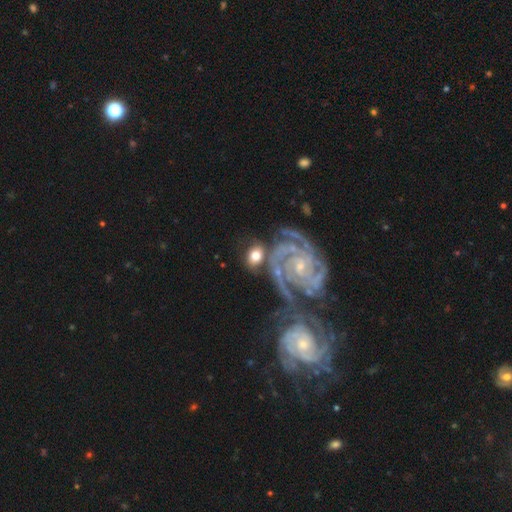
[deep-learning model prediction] A featured or disk galaxy (48%).

Vote fractions:
- Smooth or featured? featured or disk: 48% / smooth: 45% / star or artifact: 7%
- Merging? none: 63% / minor disturbance: 16% / merger: 14% / major disturbance: 7%